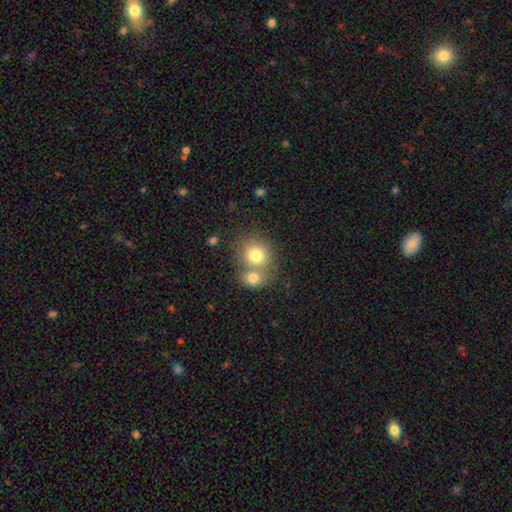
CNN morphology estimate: smooth_or_featured: smooth (p=0.76) [alt: featured or disk p=0.14]
how_rounded: round (p=0.78) [alt: in between p=0.21]
merging: merger (p=0.50) [alt: none p=0.40]